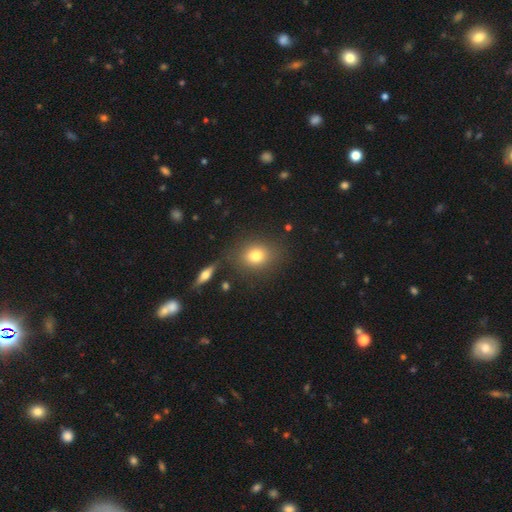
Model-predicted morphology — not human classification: Q: Smooth or featured?
A: smooth (78%); runner-up: star or artifact (12%)
Q: How rounded?
A: round (59%); runner-up: in between (39%)
Q: Merging?
A: none (80%); runner-up: minor disturbance (11%)